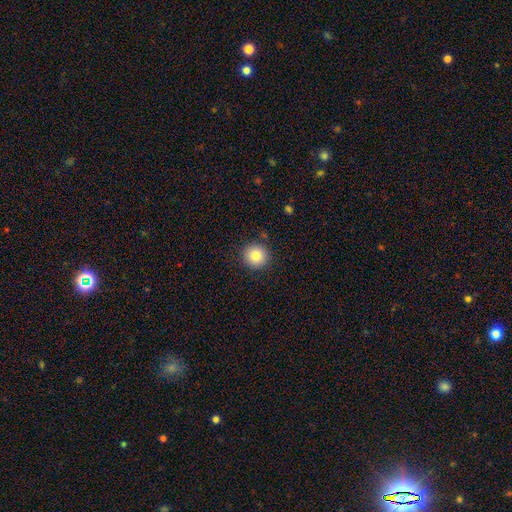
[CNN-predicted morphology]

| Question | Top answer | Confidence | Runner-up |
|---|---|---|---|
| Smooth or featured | smooth | 84% | star or artifact (10%) |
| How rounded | round | 92% | in between (7%) |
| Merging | none | 90% | minor disturbance (7%) |